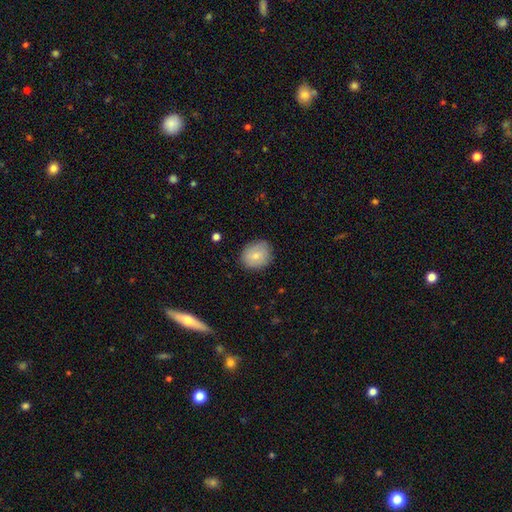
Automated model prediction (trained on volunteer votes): Smooth or featured?
  - smooth: 77% *
  - featured or disk: 15%
  - star or artifact: 8%
How rounded?
  - round: 71% *
  - in between: 28%
  - cigar-shaped: 1%
Merging?
  - none: 81% *
  - minor disturbance: 15%
  - major disturbance: 3%
  - merger: 1%